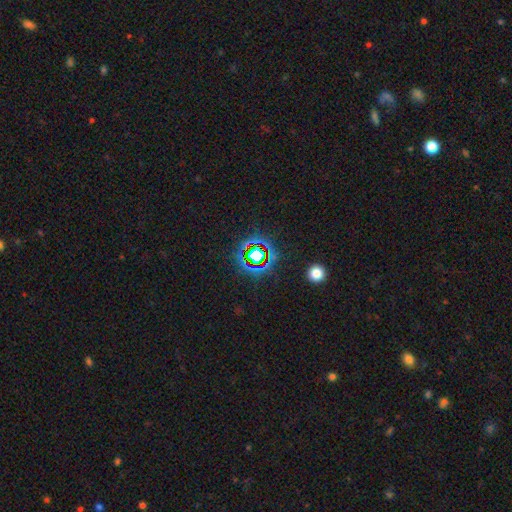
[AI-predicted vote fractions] Smooth or featured: star or artifact — 73% (smooth — 16%)